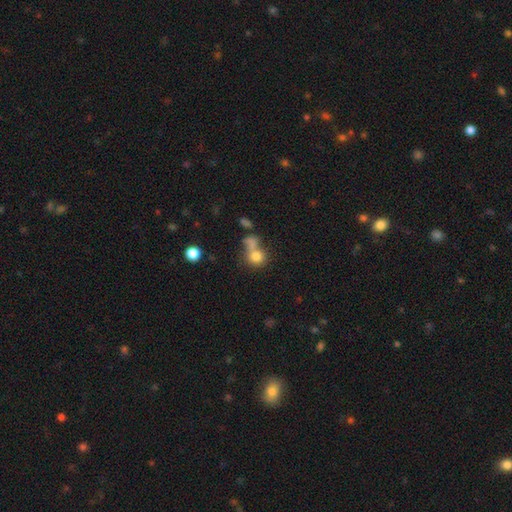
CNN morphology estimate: smooth 76%, star or artifact 13%, featured or disk 11%. Down the decision tree: how rounded — round (81%); merging — none (44%).